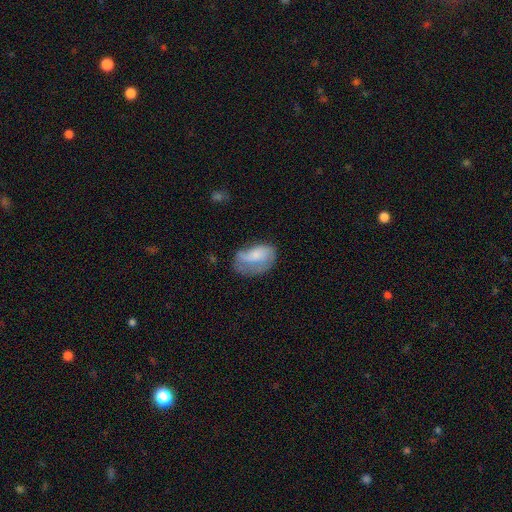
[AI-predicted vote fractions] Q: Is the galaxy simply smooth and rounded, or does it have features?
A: smooth — 51%.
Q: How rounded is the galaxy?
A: in between — 87%.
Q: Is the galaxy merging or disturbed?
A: none — 35%.